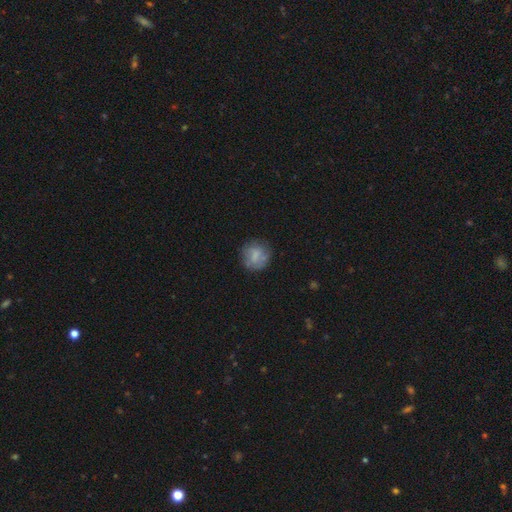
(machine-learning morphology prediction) A smooth galaxy with no disk features (64%) that is round (84%).

Vote fractions:
- Smooth or featured? smooth: 64% / featured or disk: 27% / star or artifact: 9%
- How rounded? round: 84% / in between: 15% / cigar-shaped: 1%
- Merging? none: 70% / minor disturbance: 19% / major disturbance: 9% / merger: 2%